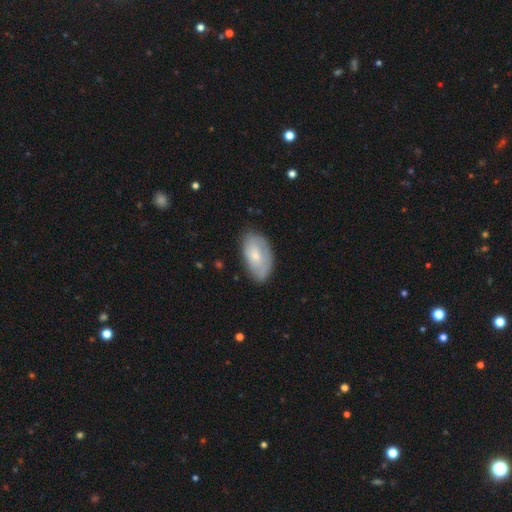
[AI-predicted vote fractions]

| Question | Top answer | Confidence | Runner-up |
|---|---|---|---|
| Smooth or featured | smooth | 64% | featured or disk (30%) |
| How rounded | in between | 94% | round (4%) |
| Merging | none | 70% | minor disturbance (24%) |